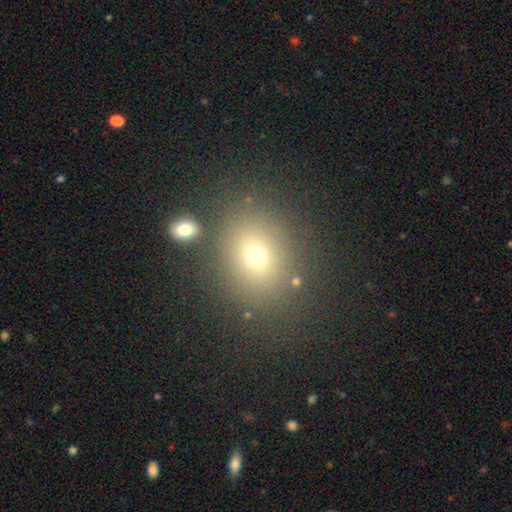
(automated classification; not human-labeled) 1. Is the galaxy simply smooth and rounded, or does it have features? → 67% smooth, 20% star or artifact, 12% featured or disk.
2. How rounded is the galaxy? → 59% round, 40% in between, 1% cigar-shaped.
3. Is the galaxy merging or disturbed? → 80% none, 10% minor disturbance, 6% merger, 4% major disturbance.